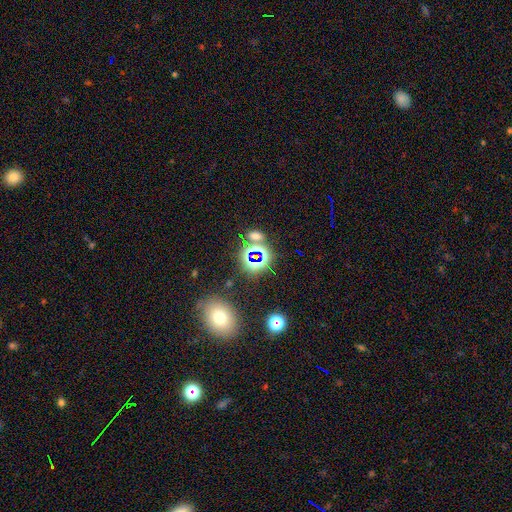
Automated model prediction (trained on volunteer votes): Q: Smooth or featured?
A: star or artifact (63%); runner-up: smooth (27%)